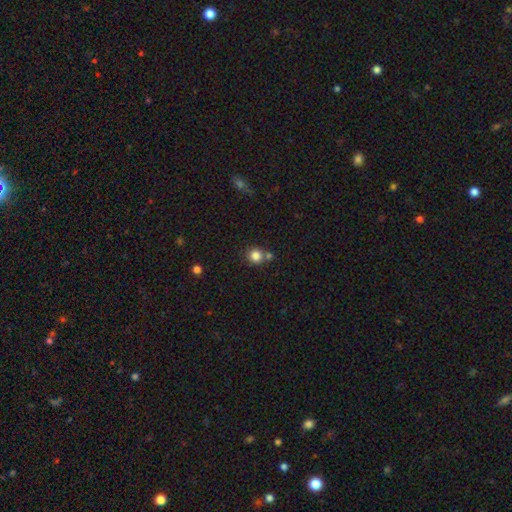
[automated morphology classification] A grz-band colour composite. It shows a smooth galaxy with no disk features (83%) that is round (91%). Merging: none (68%).